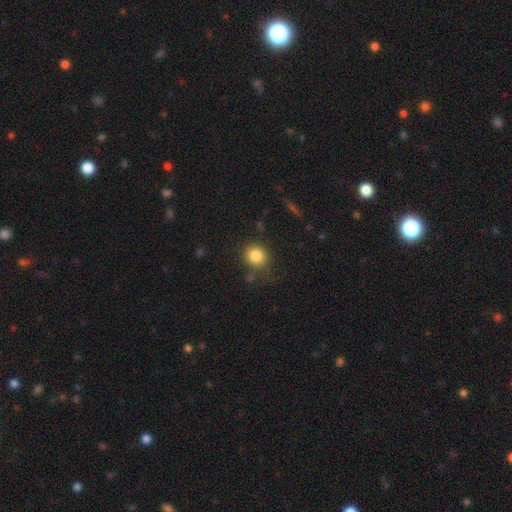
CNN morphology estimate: Smooth or featured: smooth — 83% (star or artifact — 11%)
How rounded: round — 82% (in between — 17%)
Merging: none — 76% (minor disturbance — 14%)